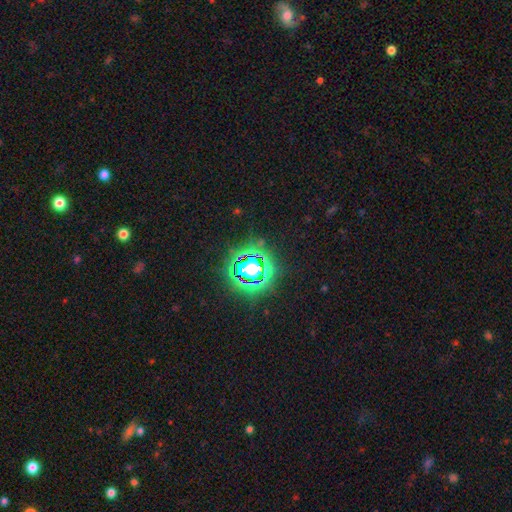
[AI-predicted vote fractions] Smooth or featured?
  - star or artifact: 81% *
  - smooth: 12%
  - featured or disk: 7%